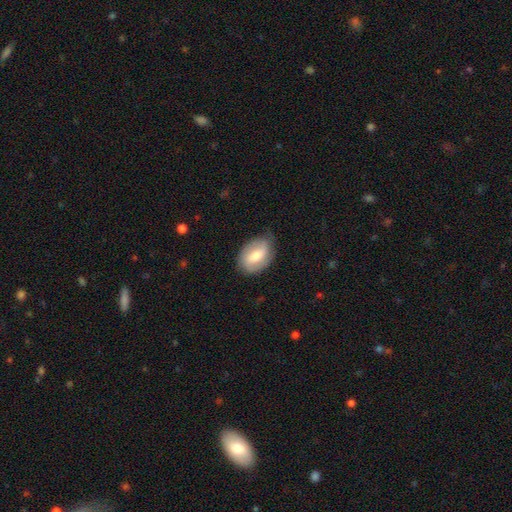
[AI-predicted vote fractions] A smooth galaxy with no disk features (48%).

Vote fractions:
- Smooth or featured? smooth: 48% / featured or disk: 46% / star or artifact: 6%
- Merging? none: 72% / minor disturbance: 21% / major disturbance: 5% / merger: 1%